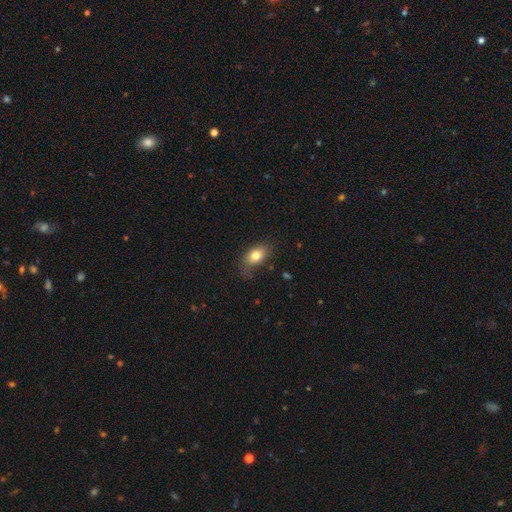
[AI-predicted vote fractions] This is likely a smooth galaxy (79%). How rounded: clearly in between (85%). Merging: likely none (69%).